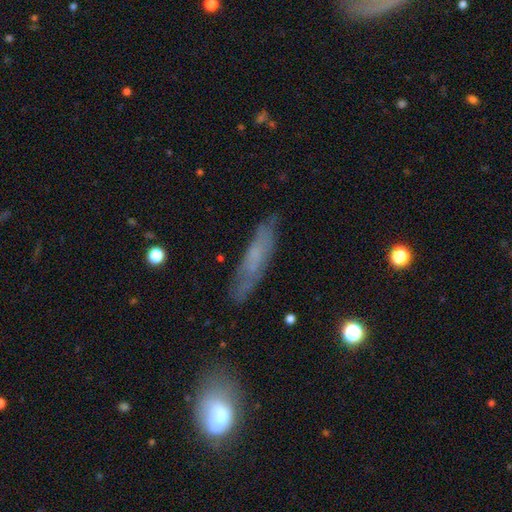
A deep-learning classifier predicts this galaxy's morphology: Smooth or featured? Predicted: smooth (p=0.51). How rounded? Predicted: cigar-shaped (p=0.75). Merging? Predicted: none (p=0.78).